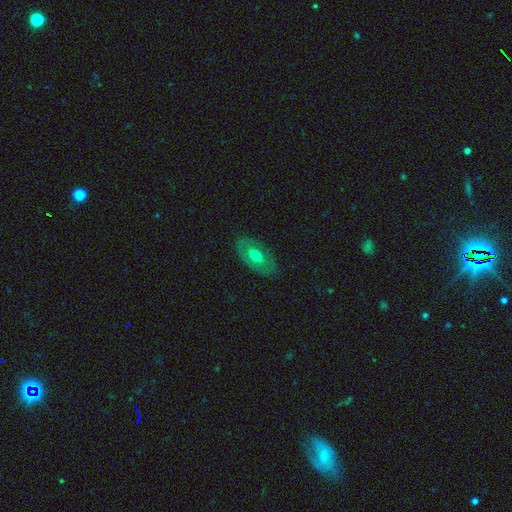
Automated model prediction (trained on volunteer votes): Morphology: type=smooth (49%); merging=none (81%).